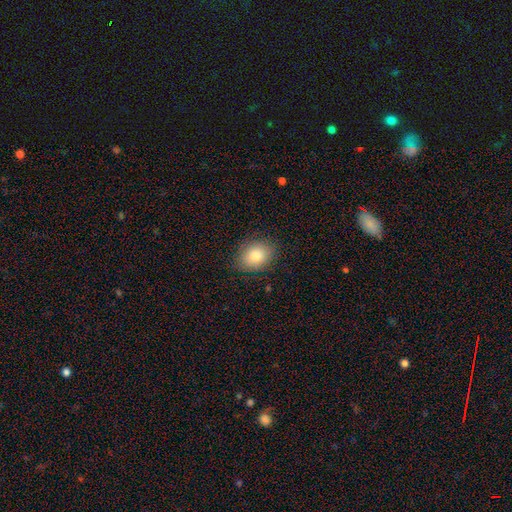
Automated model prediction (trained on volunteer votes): Morphology: type=smooth (83%); roundness=in between (65%); merging=none (85%).